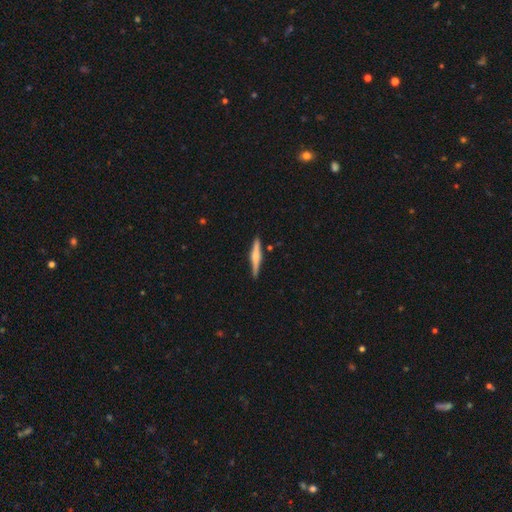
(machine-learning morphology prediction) featured or disk 57%, smooth 37%, star or artifact 6%. Down the decision tree: edge-on disk — yes (97%); edge-on bulge — rounded (72%); merging — none (86%).